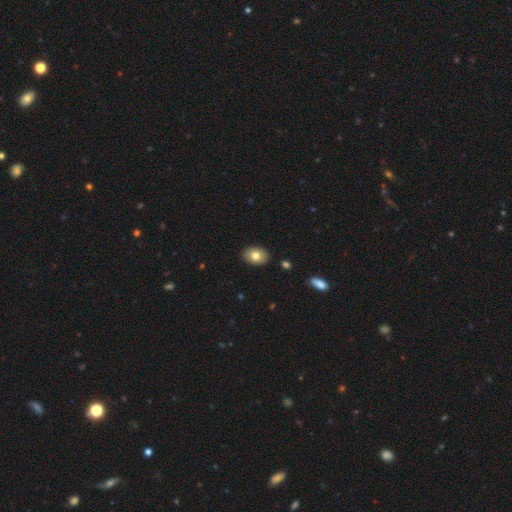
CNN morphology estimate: smooth_or_featured: smooth (p=0.79) [alt: featured or disk p=0.13]
how_rounded: in between (p=0.79) [alt: round p=0.20]
merging: none (p=0.89) [alt: minor disturbance p=0.08]